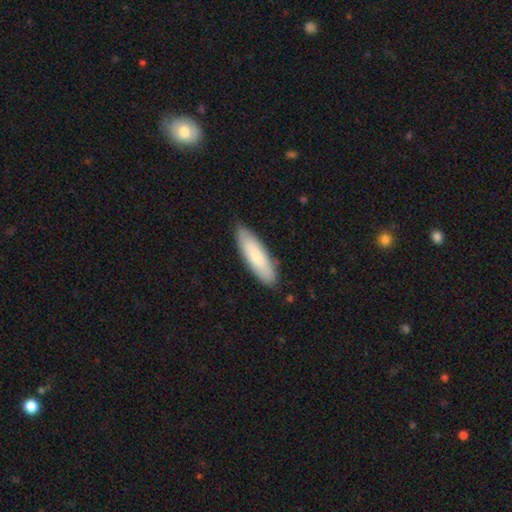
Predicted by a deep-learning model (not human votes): Smooth or featured: smooth — 79% (featured or disk — 15%)
How rounded: cigar-shaped — 58% (in between — 41%)
Merging: none — 88% (minor disturbance — 9%)